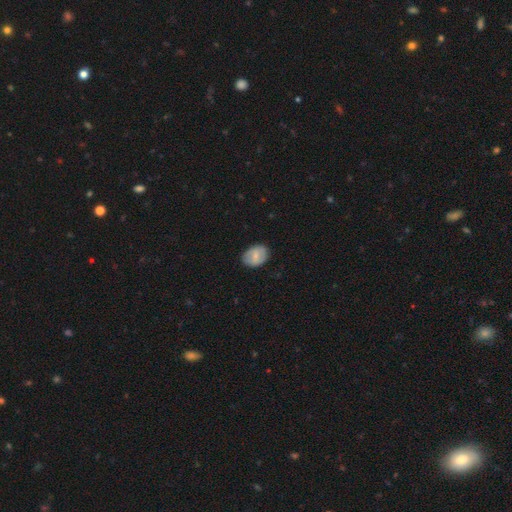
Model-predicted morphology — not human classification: A smooth galaxy with no disk features (66%) that is in between round and cigar-shaped (75%). Merging: none (84%).